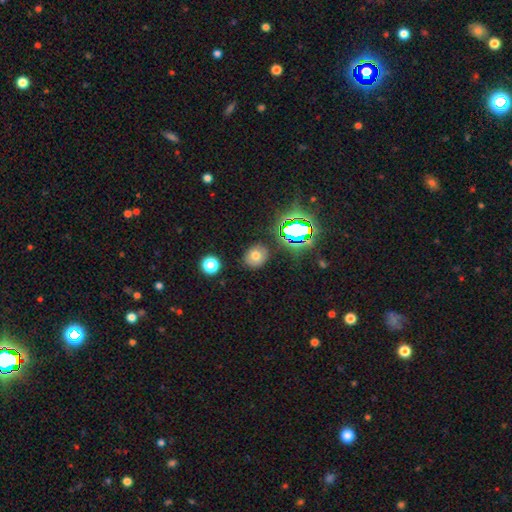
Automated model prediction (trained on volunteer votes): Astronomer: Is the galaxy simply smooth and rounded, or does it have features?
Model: smooth — 67%.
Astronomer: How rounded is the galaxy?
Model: round — 72%.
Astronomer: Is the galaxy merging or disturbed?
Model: none — 84%.